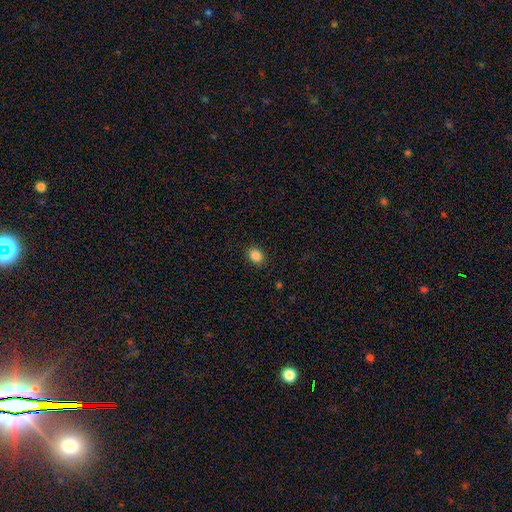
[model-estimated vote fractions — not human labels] Overall: smooth (87%). How rounded: in between (60%; round 39%). Merging: none (89%).